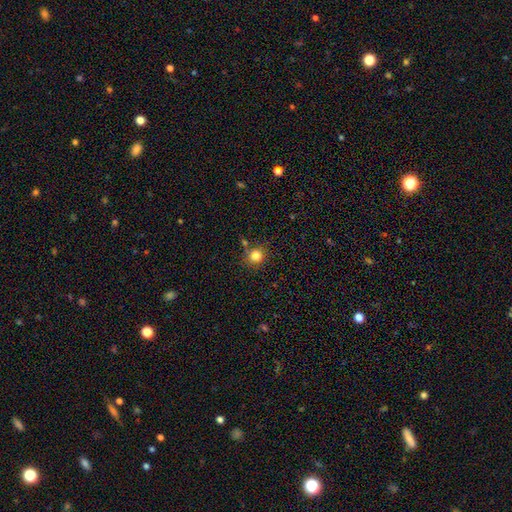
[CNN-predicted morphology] This is clearly a smooth galaxy (81%). How rounded: clearly round (84%). Merging: likely none (76%).